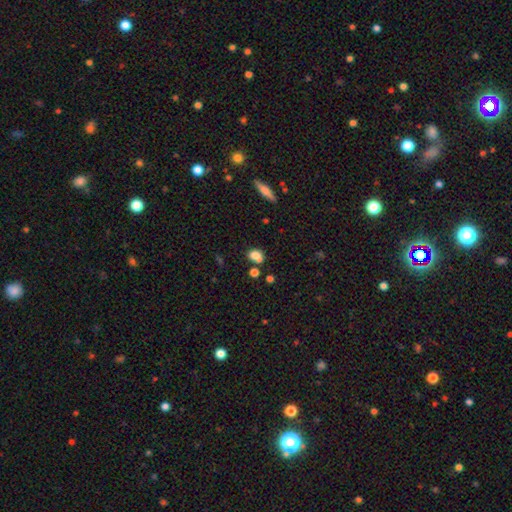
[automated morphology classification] A smooth galaxy with no disk features (79%) that is in between round and cigar-shaped (59%).

Vote fractions:
- Smooth or featured? smooth: 79% / star or artifact: 12% / featured or disk: 9%
- How rounded? in between: 59% / round: 39% / cigar-shaped: 2%
- Merging? none: 52% / merger: 25% / minor disturbance: 17% / major disturbance: 6%